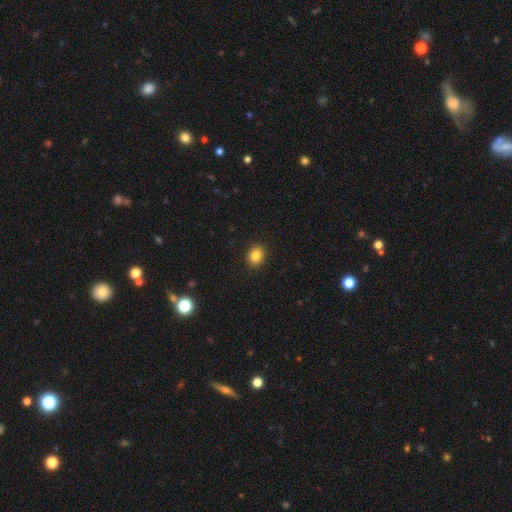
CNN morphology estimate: A smooth galaxy with no disk features (85%) that is in between round and cigar-shaped (51%). Merging: none (91%).